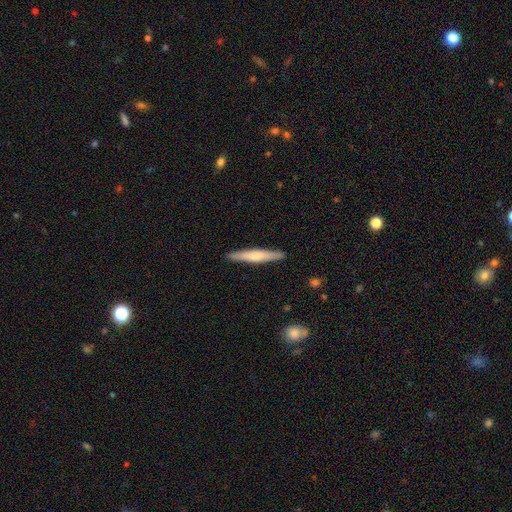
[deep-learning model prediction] smooth 55%, featured or disk 39%, star or artifact 5%. Down the decision tree: how rounded — cigar-shaped (93%); merging — none (91%).